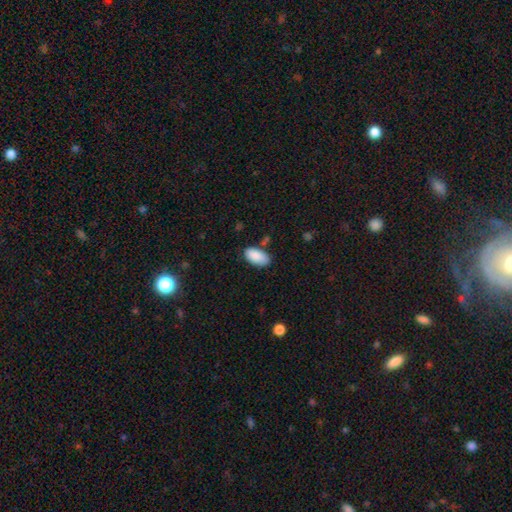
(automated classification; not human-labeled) The model was most divided on "merging": none: 76%, minor disturbance: 17%, merger: 4%, major disturbance: 3%. More confident: how rounded — in between (95%); smooth or featured — smooth (89%).